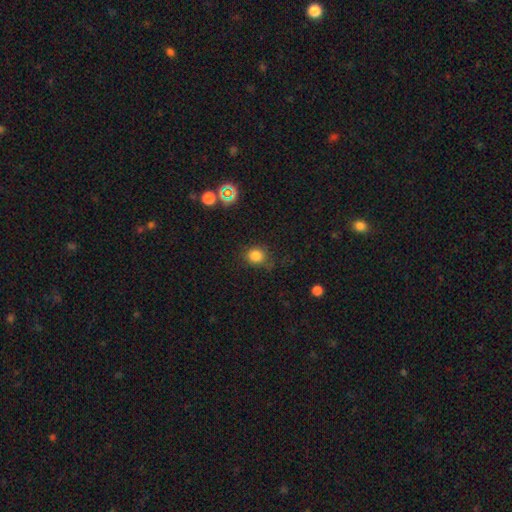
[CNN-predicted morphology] Overall: smooth (81%). How rounded: round (81%). Merging: none (74%).